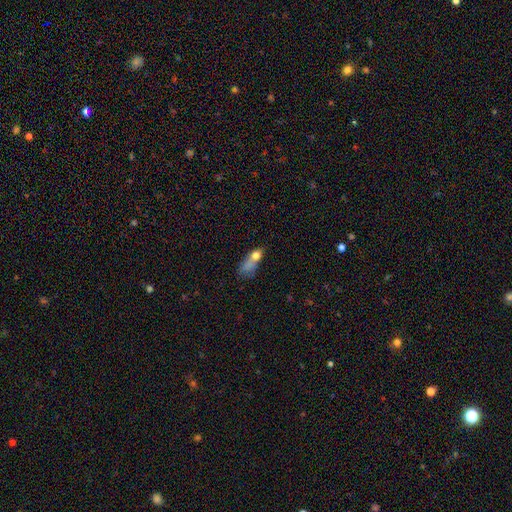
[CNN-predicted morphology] Q: Smooth or featured?
A: smooth (69%); runner-up: featured or disk (20%)
Q: How rounded?
A: in between (62%); runner-up: cigar-shaped (19%)
Q: Merging?
A: merger (31%); runner-up: major disturbance (28%)